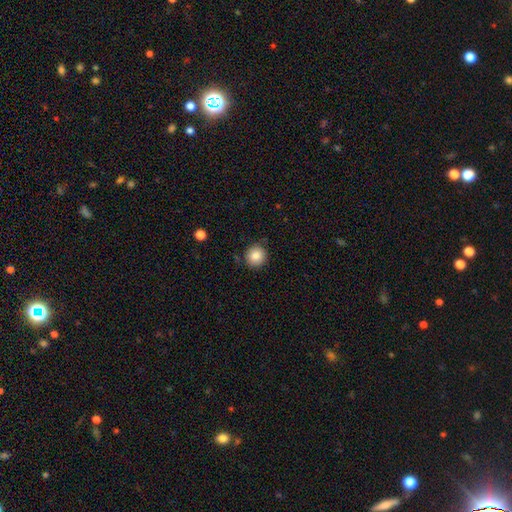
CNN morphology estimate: Smooth or featured?
  - smooth: 85% *
  - star or artifact: 9%
  - featured or disk: 6%
How rounded?
  - round: 92% *
  - in between: 7%
  - cigar-shaped: 1%
Merging?
  - none: 88% *
  - minor disturbance: 8%
  - major disturbance: 2%
  - merger: 2%